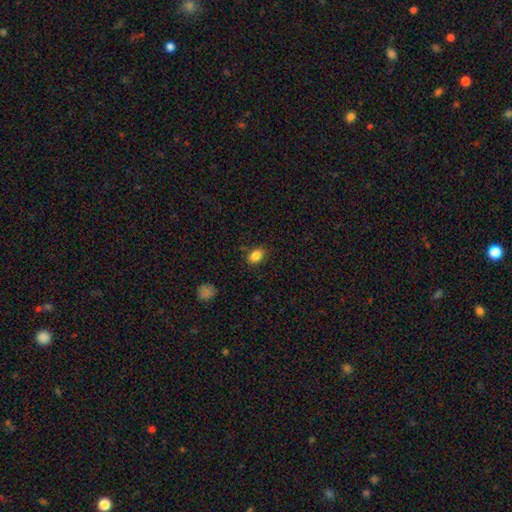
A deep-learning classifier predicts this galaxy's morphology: type=smooth (85%); roundness=in between (73%); merging=none (83%).